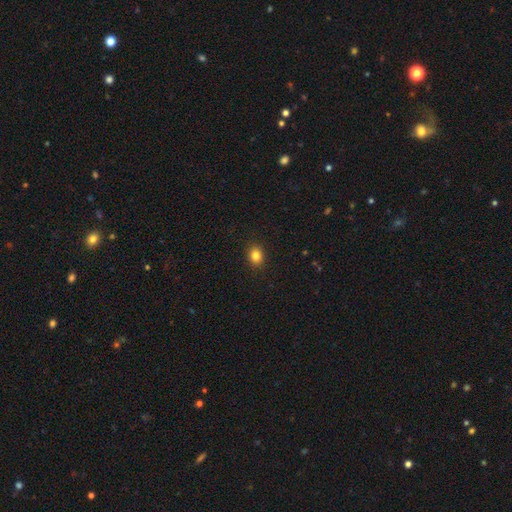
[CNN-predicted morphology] A smooth galaxy with no disk features (83%) that is round (52%).

Vote fractions:
- Smooth or featured? smooth: 83% / star or artifact: 11% / featured or disk: 6%
- How rounded? round: 52% / in between: 47% / cigar-shaped: 1%
- Merging? none: 90% / minor disturbance: 7% / major disturbance: 2% / merger: 1%